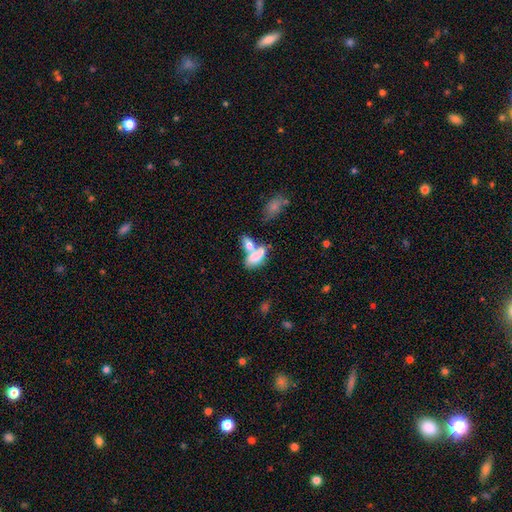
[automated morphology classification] This is likely a smooth galaxy (67%). How rounded: clearly in between (87%). Merging: likely merger (67%).